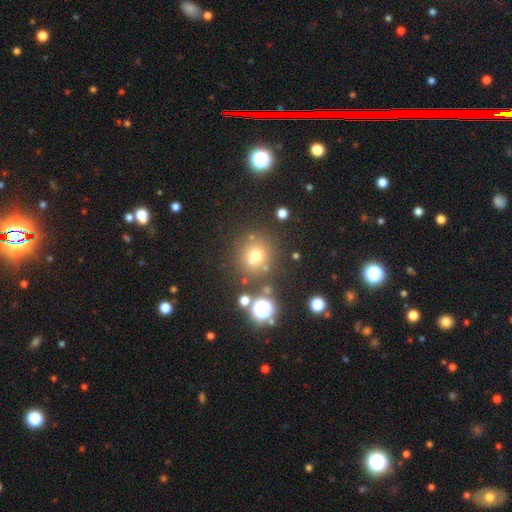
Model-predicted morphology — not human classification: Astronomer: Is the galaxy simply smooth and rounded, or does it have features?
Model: smooth — 66%.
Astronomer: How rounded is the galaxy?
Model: round — 86%.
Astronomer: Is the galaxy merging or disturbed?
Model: none — 72%.